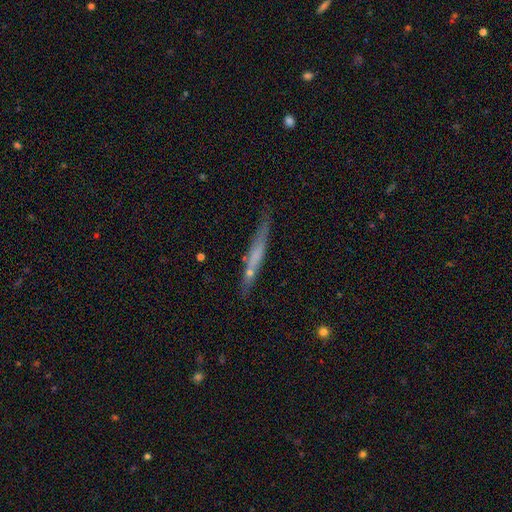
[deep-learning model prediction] Smooth or featured: smooth — 48% (featured or disk — 45%)
Merging: none — 76% (minor disturbance — 15%)